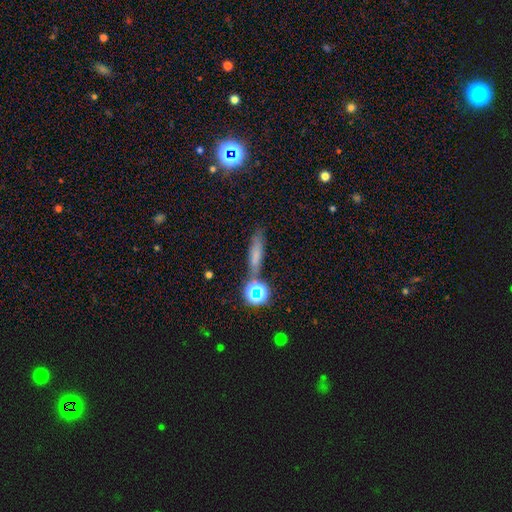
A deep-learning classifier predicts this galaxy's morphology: Smooth or featured: smooth — 61% (star or artifact — 23%)
How rounded: cigar-shaped — 67% (in between — 23%)
Merging: none — 67% (minor disturbance — 15%)